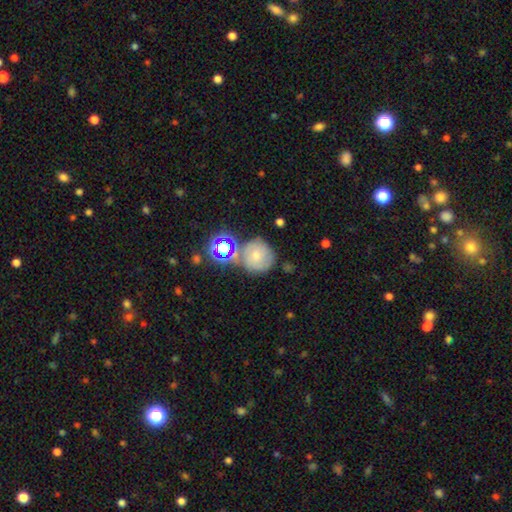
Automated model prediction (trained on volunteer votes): A smooth galaxy with no disk features (57%) that is round (90%). Merging: none (55%).